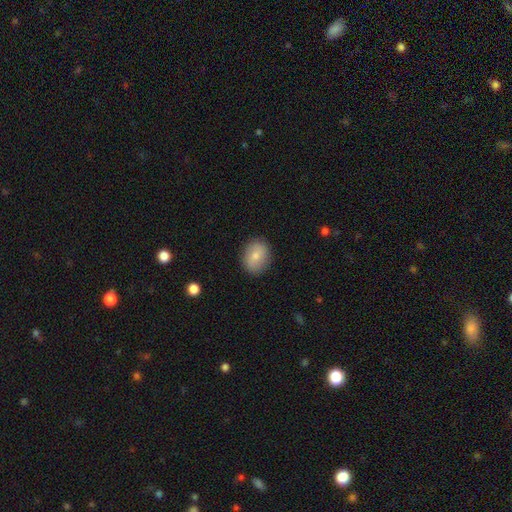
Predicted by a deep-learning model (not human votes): Smooth or featured? Predicted: smooth (p=0.75). How rounded? Predicted: round (p=0.51). Merging? Predicted: none (p=0.87).